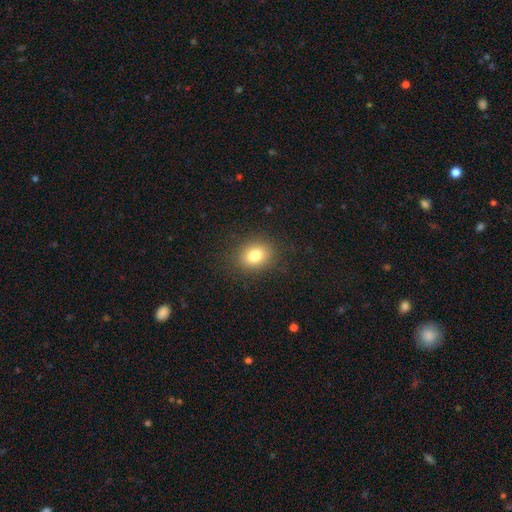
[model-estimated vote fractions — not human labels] This is likely a smooth galaxy (71%). How rounded: likely round (71%). Merging: clearly none (90%).